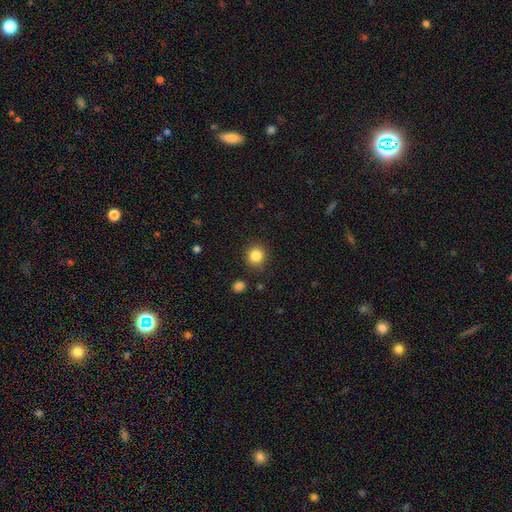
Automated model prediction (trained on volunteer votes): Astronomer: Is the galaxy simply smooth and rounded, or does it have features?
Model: smooth — 85%.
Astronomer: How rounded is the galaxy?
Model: round — 90%.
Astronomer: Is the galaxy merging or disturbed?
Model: none — 89%.